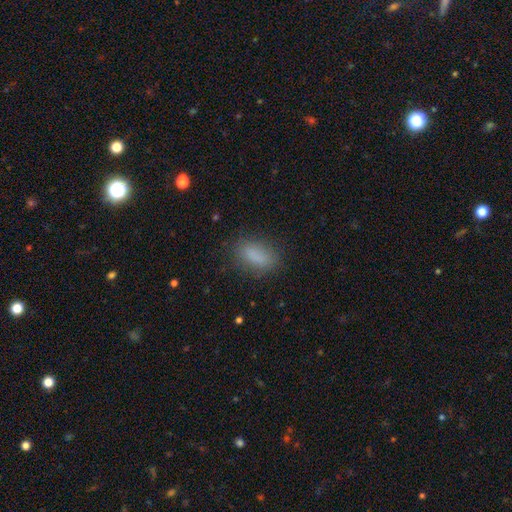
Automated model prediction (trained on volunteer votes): Overall: smooth (83%). How rounded: in between (81%). Merging: none (78%).